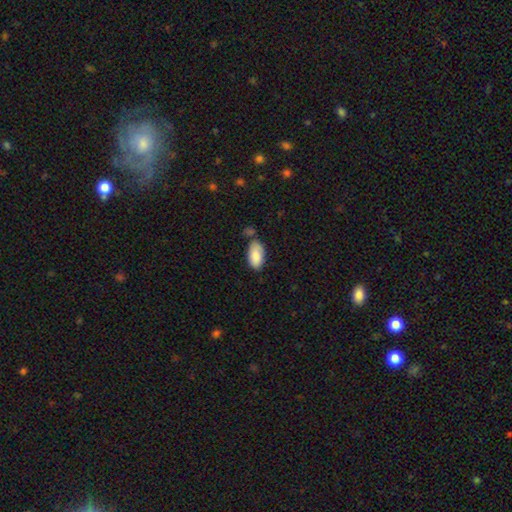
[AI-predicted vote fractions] Morphology: type=smooth (86%); roundness=in between (95%); merging=none (62%).